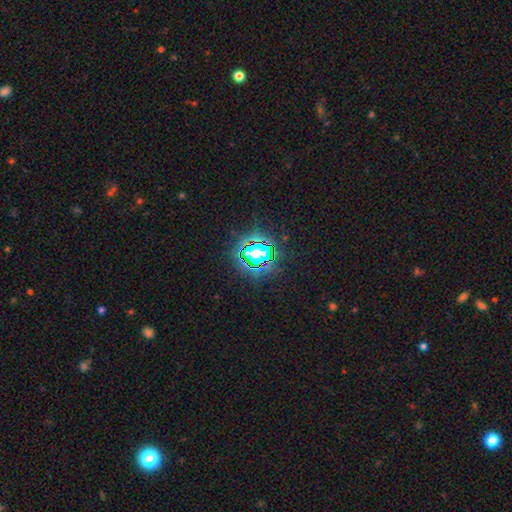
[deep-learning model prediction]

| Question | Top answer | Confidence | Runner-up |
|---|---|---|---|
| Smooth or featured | star or artifact | 81% | smooth (12%) |